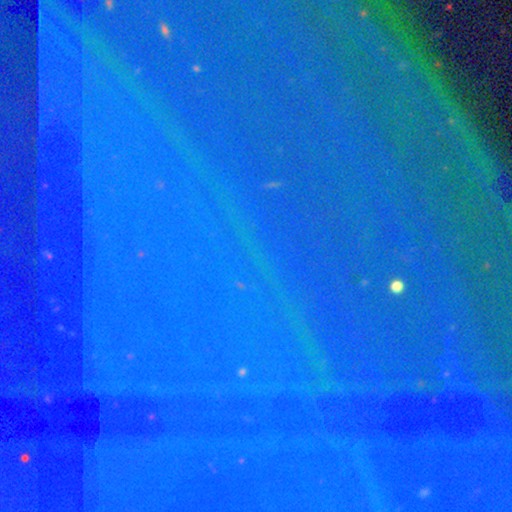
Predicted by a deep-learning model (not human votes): A star or artifact, not a galaxy (83%).

Vote fractions:
- Smooth or featured? star or artifact: 83% / smooth: 9% / featured or disk: 8%